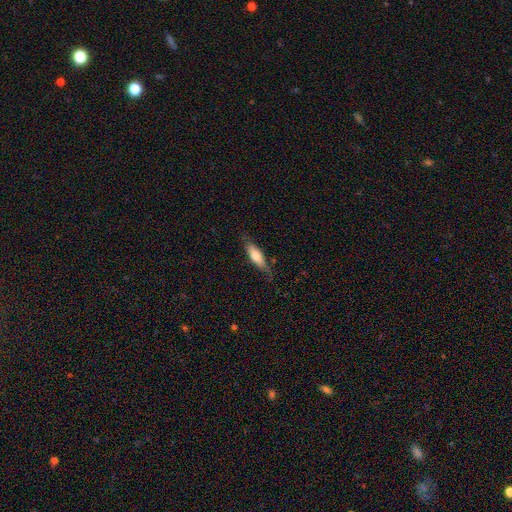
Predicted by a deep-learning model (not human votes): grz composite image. It shows a smooth galaxy with no disk features (67%) that is cigar-shaped (51%). Merging: none (74%).